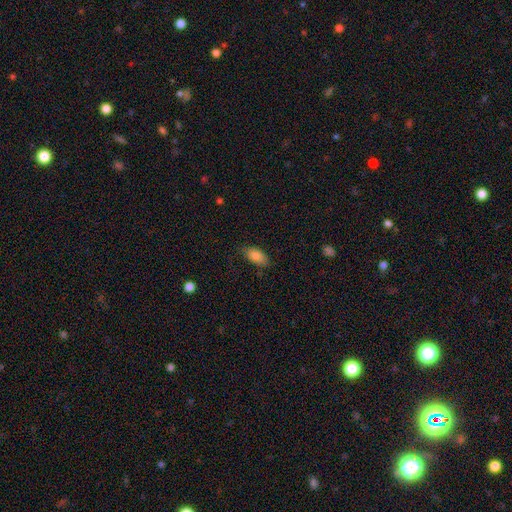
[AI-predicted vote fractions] The model was most divided on "merging": none: 76%, minor disturbance: 19%, major disturbance: 4%, merger: 1%. More confident: how rounded — in between (91%); smooth or featured — smooth (84%).